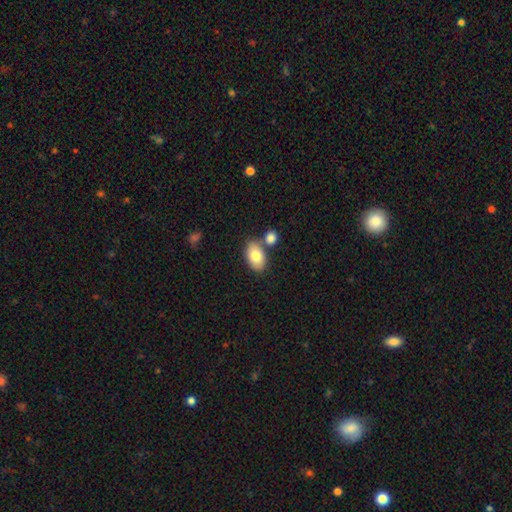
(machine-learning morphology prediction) A smooth galaxy with no disk features (79%) that is in between round and cigar-shaped (91%). Merging: none (66%).